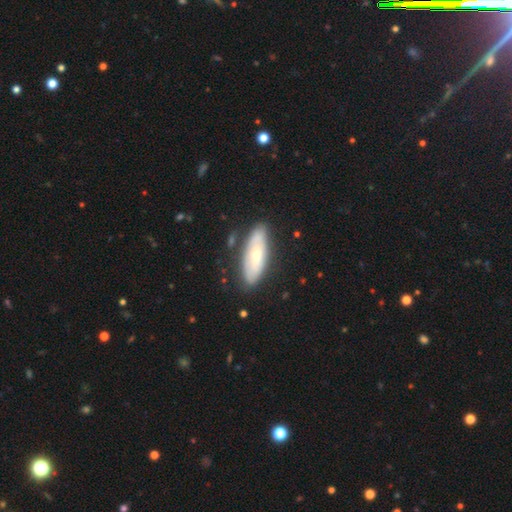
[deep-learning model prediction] Overall: smooth (57%; featured or disk 37%). How rounded: in between (63%; cigar-shaped 35%). Merging: none (79%).